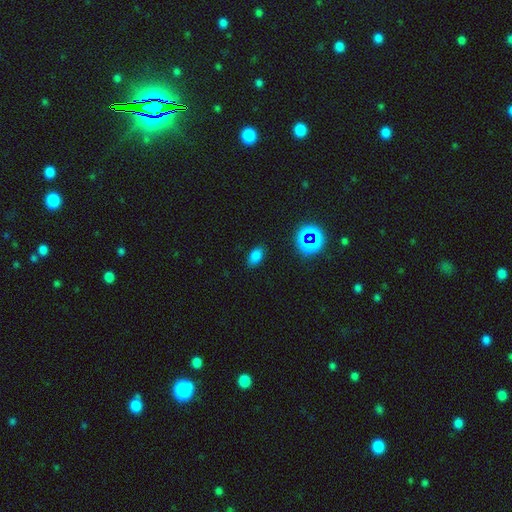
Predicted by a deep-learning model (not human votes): A smooth galaxy with no disk features (75%) that is in between round and cigar-shaped (88%).

Vote fractions:
- Smooth or featured? smooth: 75% / star or artifact: 19% / featured or disk: 6%
- How rounded? in between: 88% / round: 10% / cigar-shaped: 2%
- Merging? none: 86% / minor disturbance: 10% / major disturbance: 3% / merger: 1%